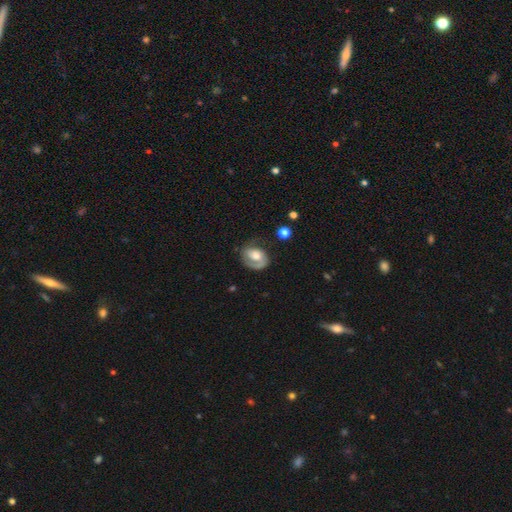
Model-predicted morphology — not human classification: smooth-or-featured: featured or disk: 64% | smooth: 30% | star or artifact: 7%
  disk-edge-on: no: 97% | yes: 3%
    bar: no: 65% | weak: 28% | strong: 7%
    has-spiral-arms: yes: 85% | no: 15%
      spiral-winding: tight: 48% | medium: 34% | loose: 17%
      spiral-arm-count: 1: 68% | 2: 21% | can't tell: 9% | 3: 1% | 4: 1% | more than 4: 1%
    bulge-size: moderate: 43% | large: 30% | small: 17% | none: 6% | dominant: 4%
  merging: none: 55% | minor disturbance: 22% | major disturbance: 20% | merger: 3%